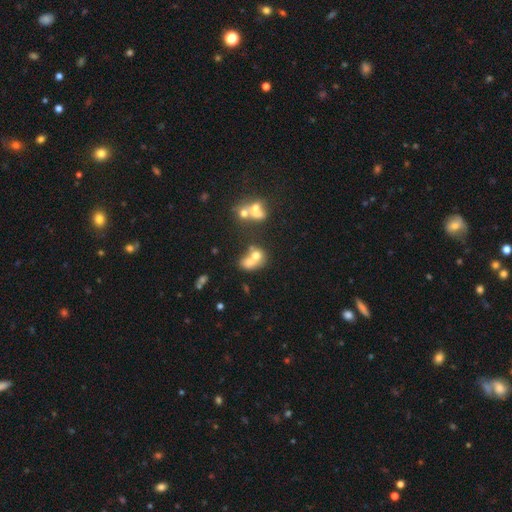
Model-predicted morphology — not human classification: Smooth or featured: smooth — 60% (featured or disk — 25%)
How rounded: round — 54% (in between — 44%)
Merging: merger — 61% (none — 24%)